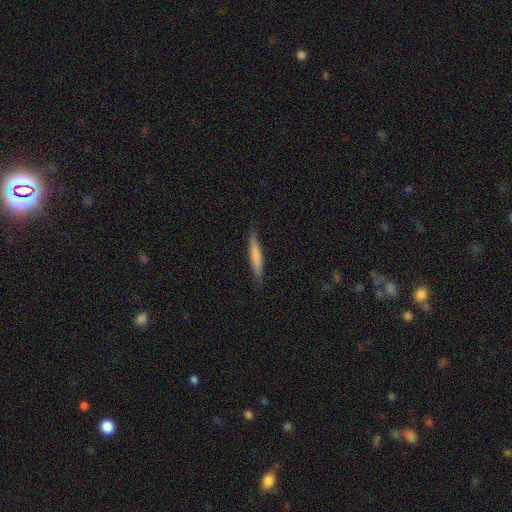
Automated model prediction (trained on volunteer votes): This is likely a smooth galaxy (71%). How rounded: clearly cigar-shaped (92%). Merging: clearly none (85%).